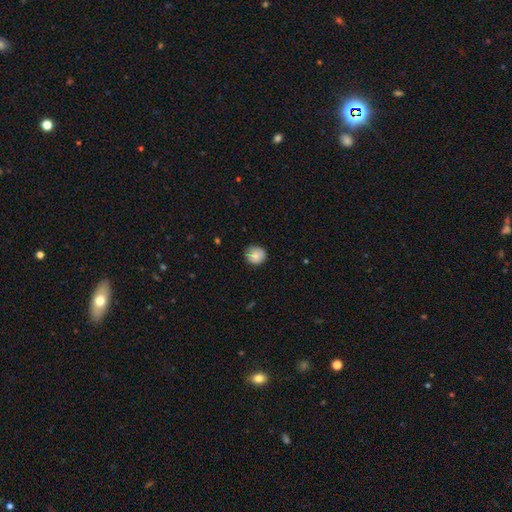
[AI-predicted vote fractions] smooth 82%, featured or disk 11%, star or artifact 8%. Down the decision tree: how rounded — round (88%); merging — none (82%).